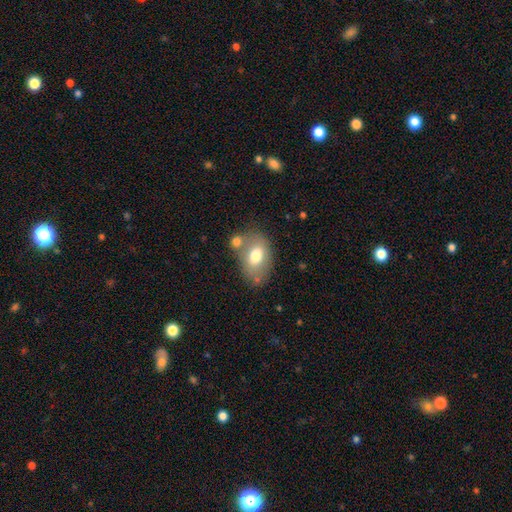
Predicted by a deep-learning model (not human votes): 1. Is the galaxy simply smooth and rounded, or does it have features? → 69% smooth, 23% featured or disk, 8% star or artifact.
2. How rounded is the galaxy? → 83% in between, 16% round, 1% cigar-shaped.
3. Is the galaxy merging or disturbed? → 55% none, 21% merger, 18% minor disturbance, 6% major disturbance.